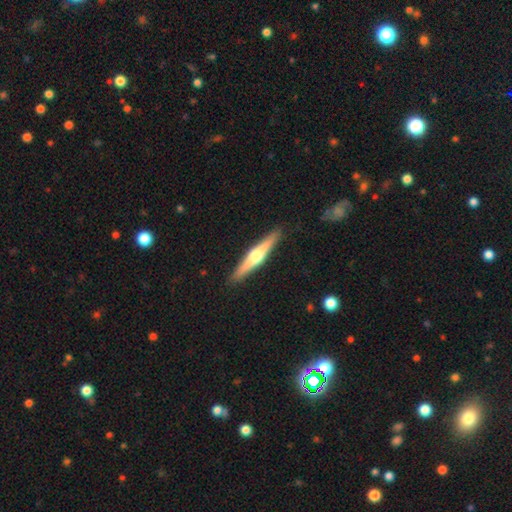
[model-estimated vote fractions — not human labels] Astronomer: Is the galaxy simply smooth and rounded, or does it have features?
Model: featured or disk — 64%.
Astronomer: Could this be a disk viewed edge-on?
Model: yes — 97%.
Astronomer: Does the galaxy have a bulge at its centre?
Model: rounded — 93%.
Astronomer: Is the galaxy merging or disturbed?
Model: none — 91%.